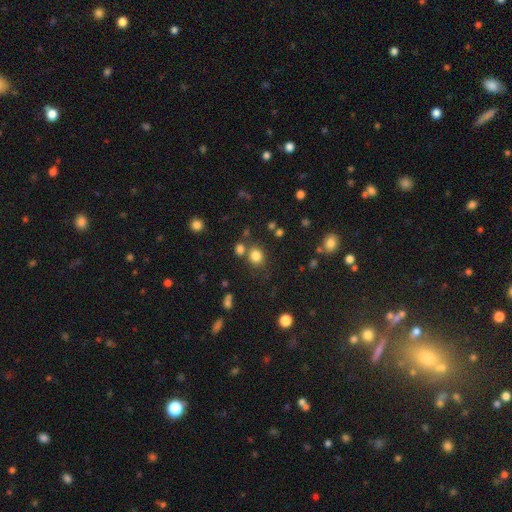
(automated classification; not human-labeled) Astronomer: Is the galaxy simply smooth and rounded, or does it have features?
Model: smooth — 80%.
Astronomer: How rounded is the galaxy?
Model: round — 72%.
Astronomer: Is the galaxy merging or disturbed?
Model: none — 68%.